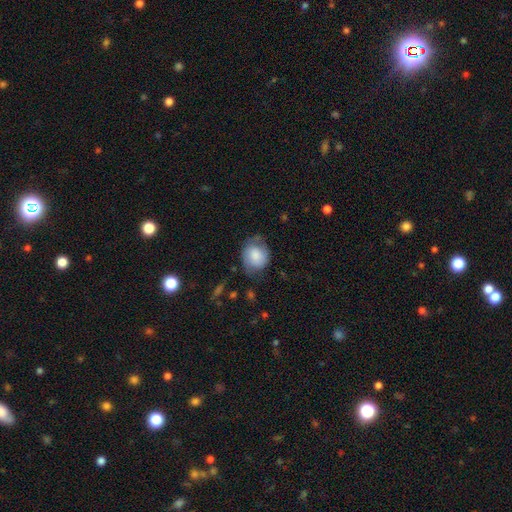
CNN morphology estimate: Smooth or featured?
  - smooth: 71% *
  - featured or disk: 21%
  - star or artifact: 7%
How rounded?
  - round: 57% *
  - in between: 42%
  - cigar-shaped: 1%
Merging?
  - none: 56% *
  - minor disturbance: 31%
  - major disturbance: 11%
  - merger: 2%